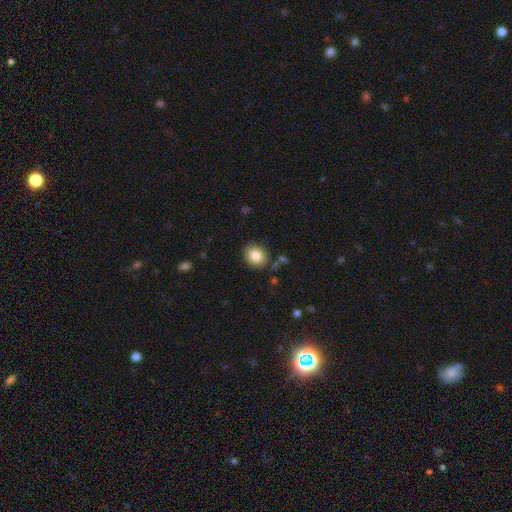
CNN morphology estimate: smooth_or_featured: smooth (p=0.83) [alt: star or artifact p=0.09]
how_rounded: round (p=0.67) [alt: in between p=0.32]
merging: none (p=0.85) [alt: minor disturbance p=0.10]